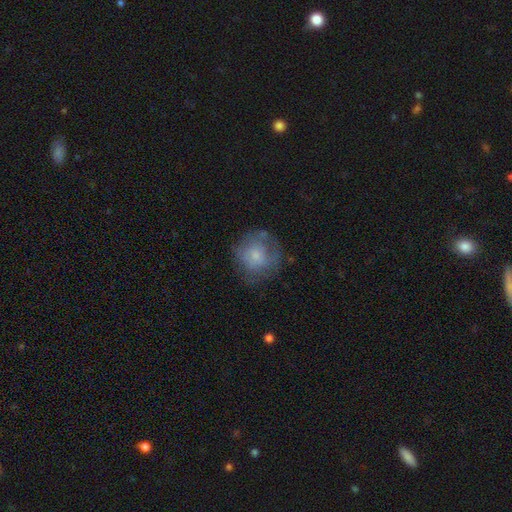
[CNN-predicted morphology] Smooth or featured? smooth (65%)
How rounded? round (87%)
Merging? none (61%)